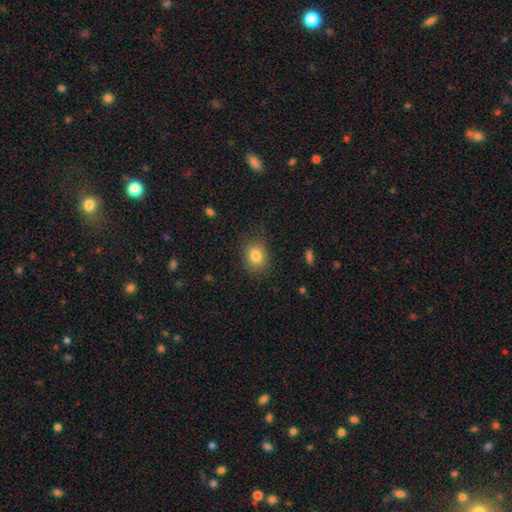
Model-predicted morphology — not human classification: Overall: smooth (81%). How rounded: round (51%; in between 48%). Merging: none (78%).